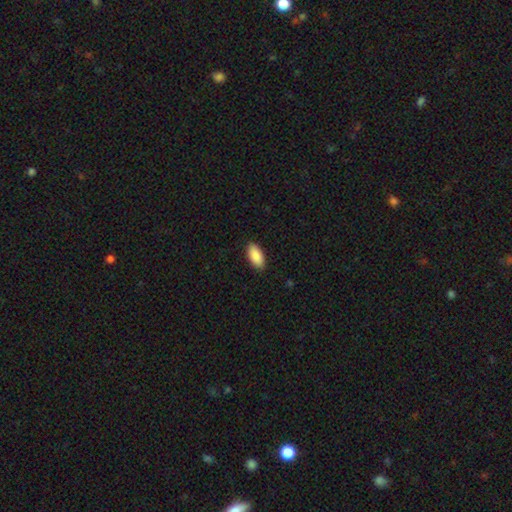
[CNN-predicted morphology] The model was most divided on "merging": none: 90%, minor disturbance: 8%, major disturbance: 2%, merger: 1%. More confident: how rounded — in between (93%); smooth or featured — smooth (90%).